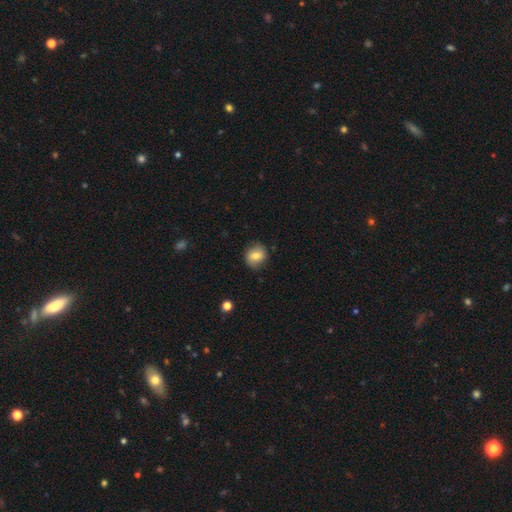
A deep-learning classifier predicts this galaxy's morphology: Smooth or featured? Predicted: smooth (p=0.65). How rounded? Predicted: round (p=0.74). Merging? Predicted: none (p=0.80).